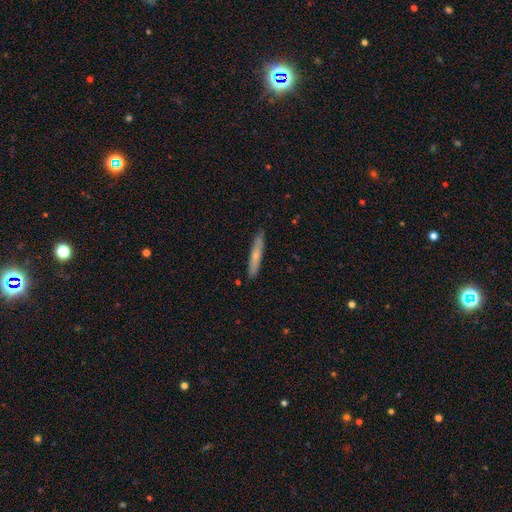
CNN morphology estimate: Overall: smooth (60%; featured or disk 34%). How rounded: cigar-shaped (93%). Merging: none (88%).